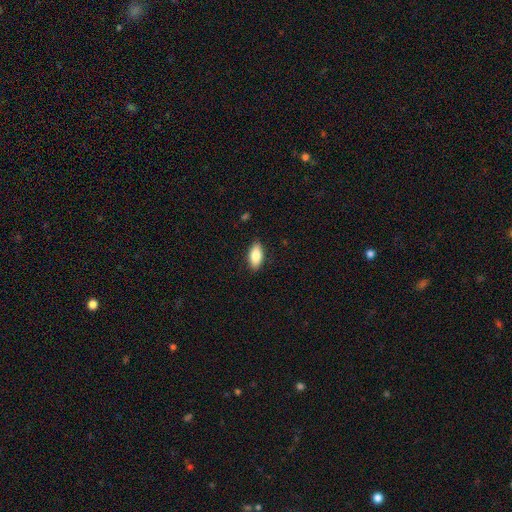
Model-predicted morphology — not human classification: Q: Smooth or featured?
A: smooth (84%); runner-up: featured or disk (10%)
Q: How rounded?
A: in between (90%); runner-up: cigar-shaped (7%)
Q: Merging?
A: none (87%); runner-up: minor disturbance (10%)